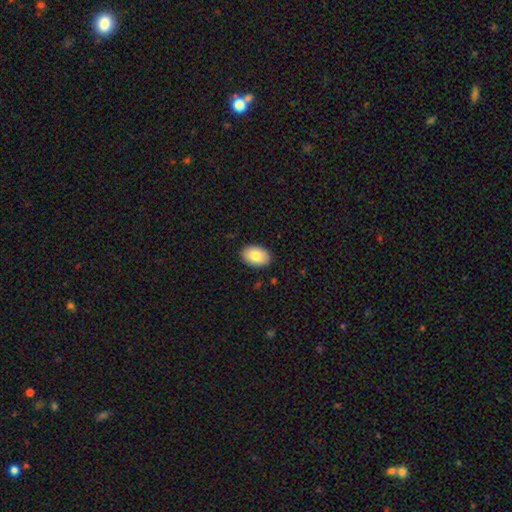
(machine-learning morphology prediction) A smooth galaxy with no disk features (82%) that is in between round and cigar-shaped (87%).

Vote fractions:
- Smooth or featured? smooth: 82% / featured or disk: 11% / star or artifact: 6%
- How rounded? in between: 87% / round: 12% / cigar-shaped: 1%
- Merging? none: 89% / minor disturbance: 8% / major disturbance: 2% / merger: 1%